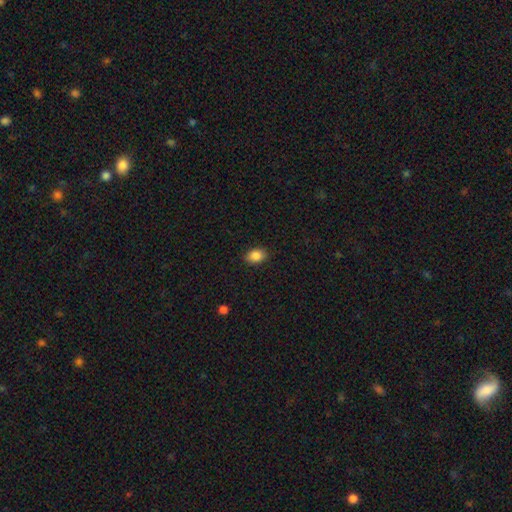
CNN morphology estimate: Smooth or featured: smooth — 87% (star or artifact — 9%)
How rounded: in between — 77% (round — 21%)
Merging: none — 88% (minor disturbance — 9%)